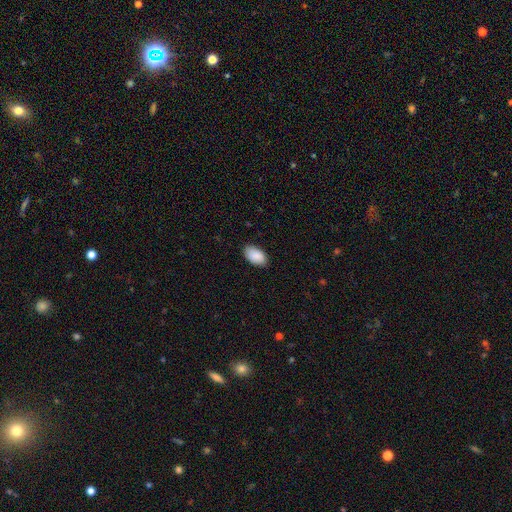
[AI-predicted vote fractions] Smooth or featured: smooth — 90% (star or artifact — 6%)
How rounded: in between — 94% (round — 4%)
Merging: none — 86% (minor disturbance — 11%)